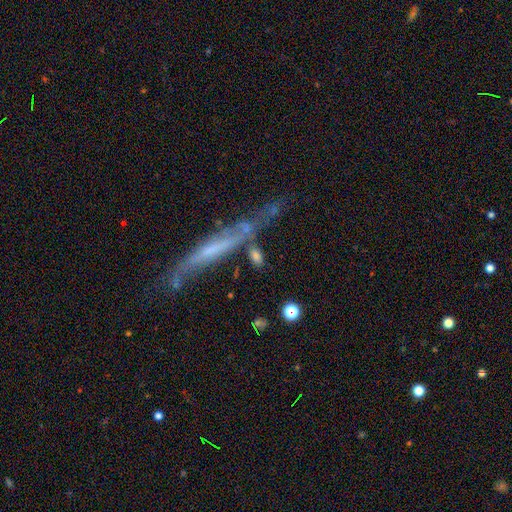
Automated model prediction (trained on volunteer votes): A smooth galaxy with no disk features (74%) that is in between round and cigar-shaped (66%).

Vote fractions:
- Smooth or featured? smooth: 74% / featured or disk: 17% / star or artifact: 9%
- How rounded? in between: 66% / cigar-shaped: 24% / round: 10%
- Merging? none: 69% / minor disturbance: 15% / merger: 10% / major disturbance: 6%